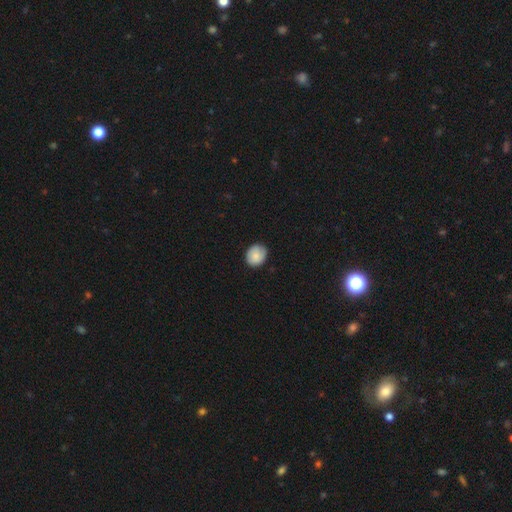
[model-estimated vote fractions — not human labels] The model was most divided on "how rounded": round: 62%, in between: 37%, cigar-shaped: 1%. More confident: smooth or featured — smooth (82%); merging — none (75%).